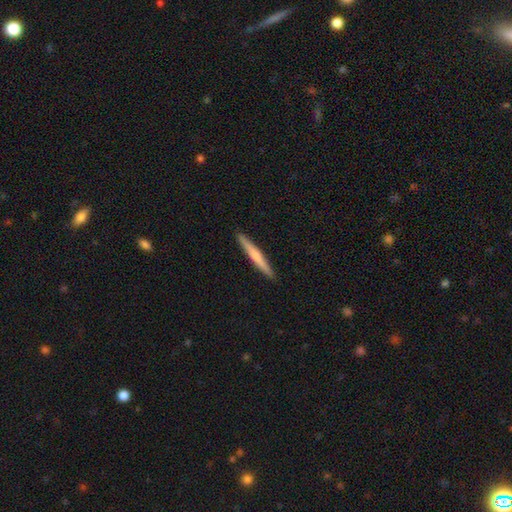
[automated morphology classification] smooth 56%, featured or disk 39%, star or artifact 5%. Down the decision tree: how rounded — cigar-shaped (96%); merging — none (92%).